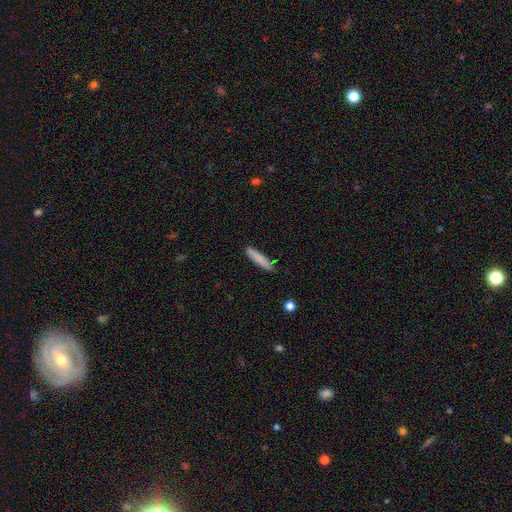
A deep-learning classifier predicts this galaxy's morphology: This appears to be a smooth galaxy with no disk features (81%) that is cigar-shaped (91%). Merging: none (87%).